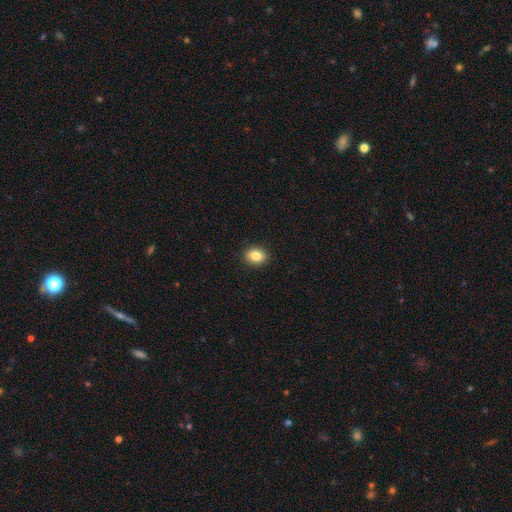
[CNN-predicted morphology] The model was most divided on "how rounded": in between: 57%, round: 42%, cigar-shaped: 1%. More confident: merging — none (91%); smooth or featured — smooth (83%).